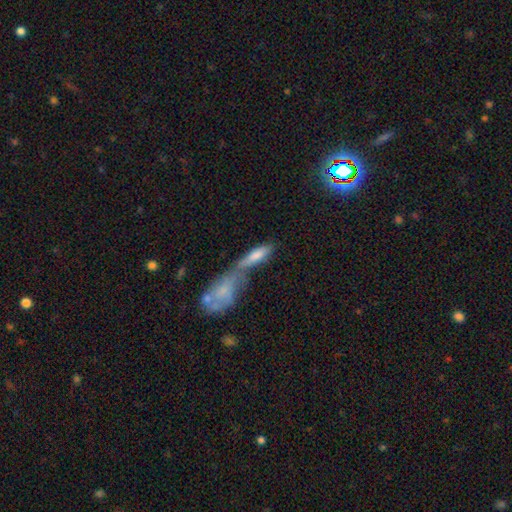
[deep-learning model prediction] Smooth or featured? smooth (64%)
How rounded? cigar-shaped (50%)
Merging? merger (62%)